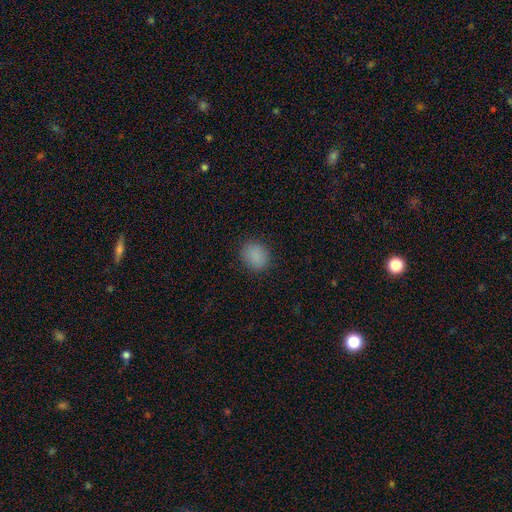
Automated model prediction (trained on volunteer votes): A smooth galaxy with no disk features (87%) that is round (61%). Merging: none (87%).